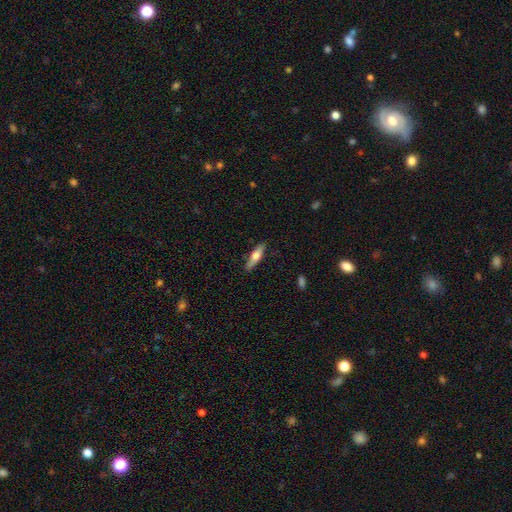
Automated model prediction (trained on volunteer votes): Morphology: type=smooth (54%); roundness=cigar-shaped (69%); merging=none (86%).